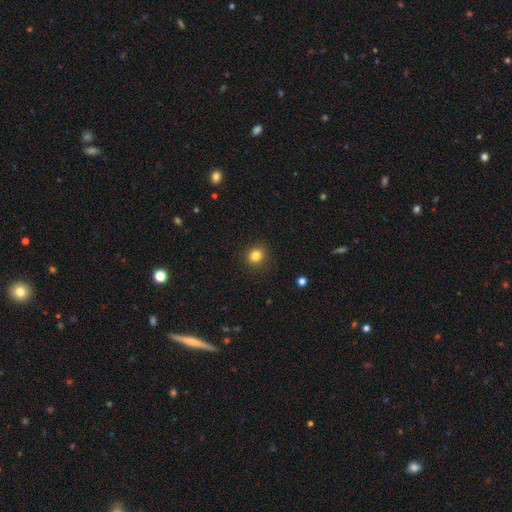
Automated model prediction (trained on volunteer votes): Smooth or featured? smooth (83%)
How rounded? round (84%)
Merging? none (90%)